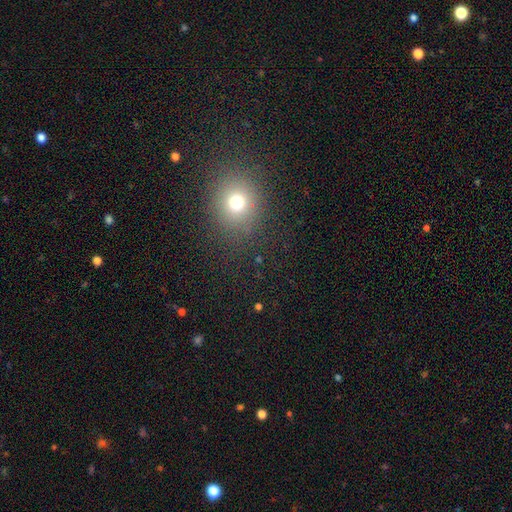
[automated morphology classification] Overall: smooth (66%; star or artifact 27%). How rounded: round (76%). Merging: none (90%).